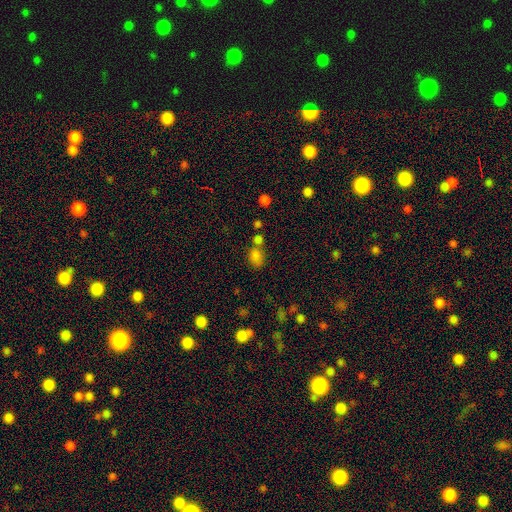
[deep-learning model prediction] Smooth or featured? smooth (76%)
How rounded? in between (62%)
Merging? none (53%)